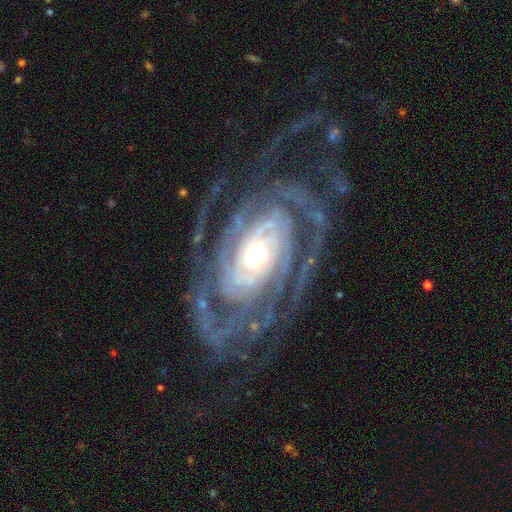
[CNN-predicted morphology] Overall: featured or disk (92%). Edge-on disk: no (96%). Bar: no (58%; weak 24%). Spiral arms: yes (98%). Spiral arm count: 2 (29%; 3 21%). Spiral winding: tight (67%; medium 27%). Bulge size: moderate (58%; small 28%). Merging: none (66%).